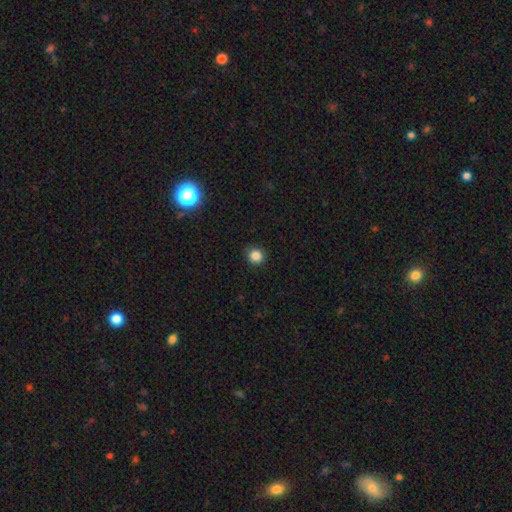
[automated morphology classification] Overall: smooth (85%). How rounded: round (91%). Merging: none (89%).